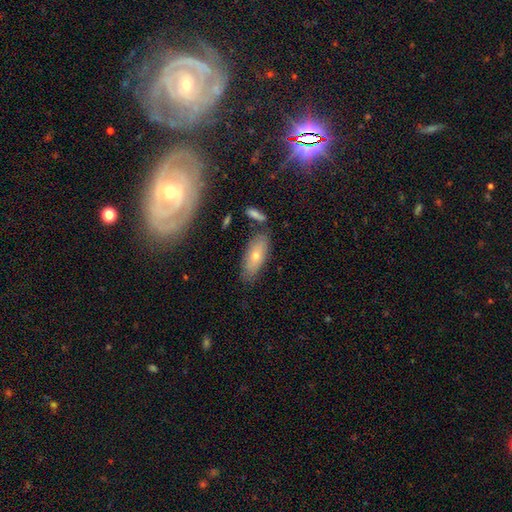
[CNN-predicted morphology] A smooth galaxy with no disk features (50%) that is in between round and cigar-shaped (80%). Merging: none (76%).